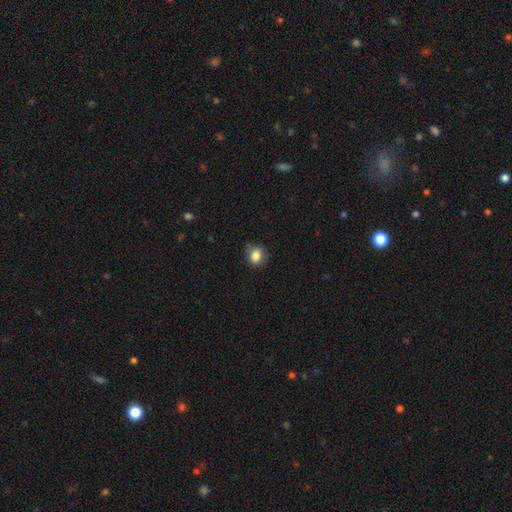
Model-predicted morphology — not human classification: A smooth galaxy with no disk features (85%) that is round (65%).

Vote fractions:
- Smooth or featured? smooth: 85% / star or artifact: 10% / featured or disk: 6%
- How rounded? round: 65% / in between: 34% / cigar-shaped: 1%
- Merging? none: 77% / minor disturbance: 19% / major disturbance: 4% / merger: 1%